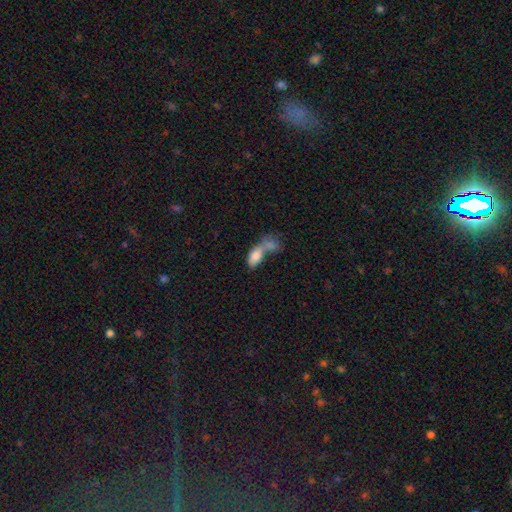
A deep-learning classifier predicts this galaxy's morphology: This is likely a smooth galaxy (78%). How rounded: clearly in between (87%). Merging: likely merger (67%).